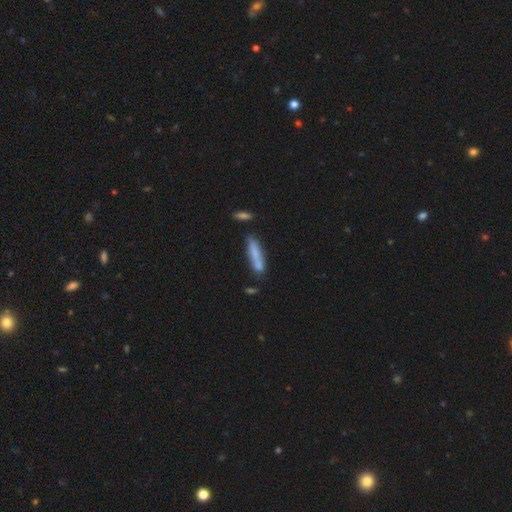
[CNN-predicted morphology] smooth 72%, featured or disk 21%, star or artifact 8%. Down the decision tree: how rounded — cigar-shaped (83%); merging — none (64%).